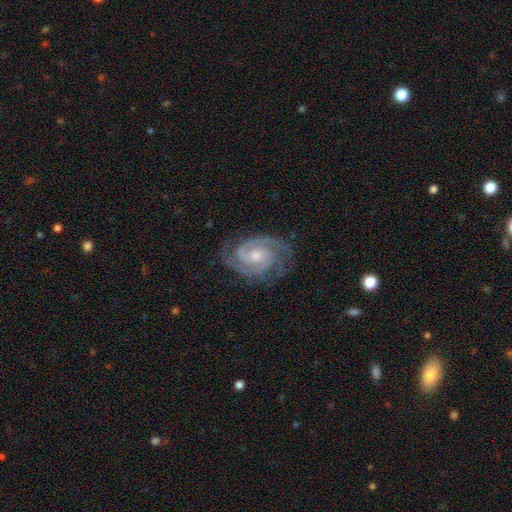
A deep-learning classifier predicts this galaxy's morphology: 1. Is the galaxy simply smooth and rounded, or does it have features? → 92% featured or disk, 4% star or artifact, 4% smooth.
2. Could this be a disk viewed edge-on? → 98% no, 2% yes.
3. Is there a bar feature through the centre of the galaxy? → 58% no, 34% weak, 8% strong.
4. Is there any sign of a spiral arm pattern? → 98% yes, 2% no.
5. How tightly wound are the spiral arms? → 64% tight, 32% medium, 4% loose.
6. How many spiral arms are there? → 48% 2, 32% 3, 8% can't tell, 5% 4, 4% 1, 4% more than 4.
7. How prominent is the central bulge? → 47% moderate (tied), 47% small (tied), 3% none, 2% large, 1% dominant.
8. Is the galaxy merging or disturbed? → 78% none, 16% minor disturbance, 5% major disturbance, 1% merger.